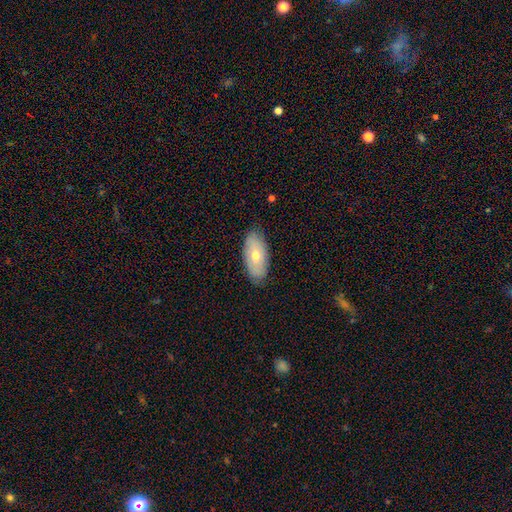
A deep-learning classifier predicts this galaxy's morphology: This is possibly a smooth galaxy (56%). How rounded: clearly in between (92%). Merging: clearly none (84%).